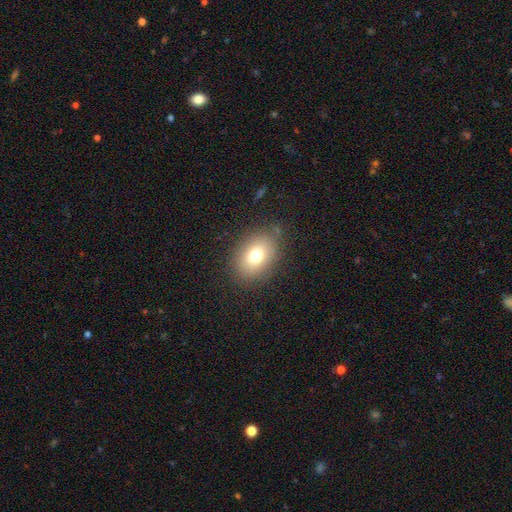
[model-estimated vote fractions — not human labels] Smooth or featured? Predicted: smooth (p=0.74). How rounded? Predicted: in between (p=0.70). Merging? Predicted: none (p=0.82).